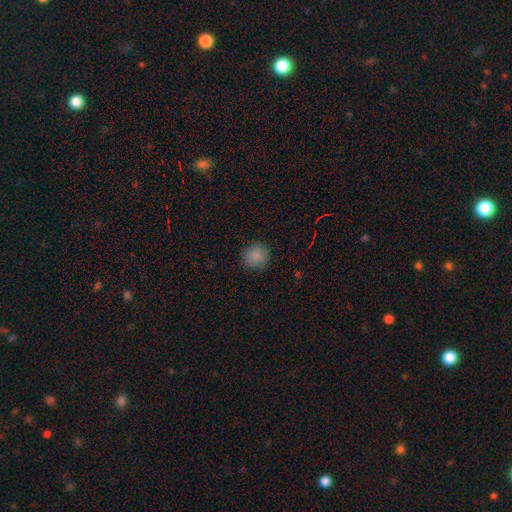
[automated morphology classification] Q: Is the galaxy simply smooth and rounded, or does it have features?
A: smooth — 86%.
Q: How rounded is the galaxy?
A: round — 91%.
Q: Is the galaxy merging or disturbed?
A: none — 88%.